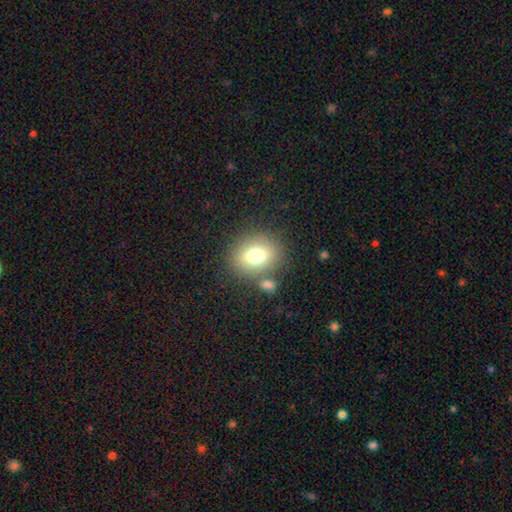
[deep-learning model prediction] Q: Smooth or featured?
A: smooth (73%); runner-up: featured or disk (16%)
Q: How rounded?
A: in between (53%); runner-up: round (46%)
Q: Merging?
A: none (71%); runner-up: merger (13%)